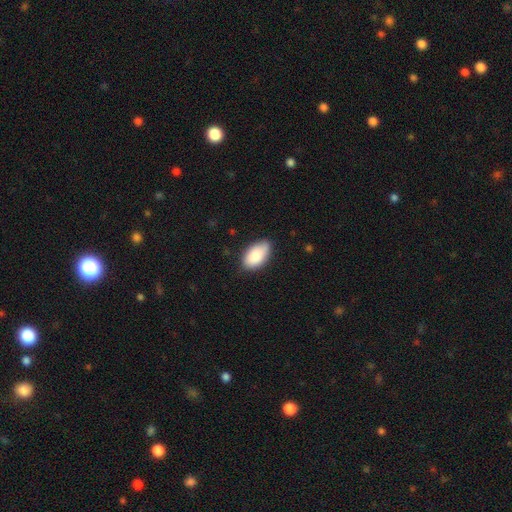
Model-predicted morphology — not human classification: Smooth or featured: smooth — 85% (featured or disk — 8%)
How rounded: in between — 94% (round — 4%)
Merging: none — 76% (minor disturbance — 20%)